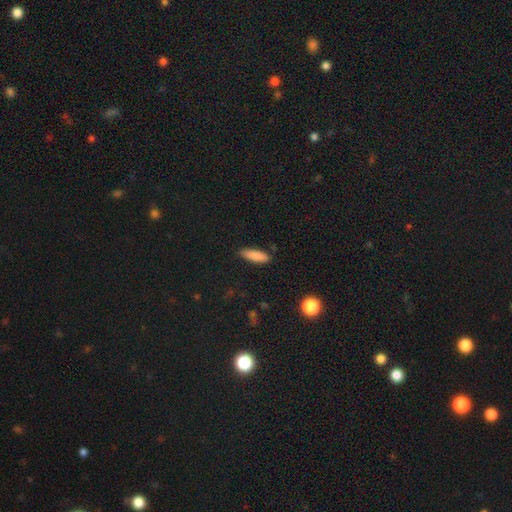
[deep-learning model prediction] smooth-or-featured: smooth: 84% | featured or disk: 9% | star or artifact: 7%
  how-rounded: cigar-shaped: 57% | in between: 41% | round: 2%
  merging: none: 85% | minor disturbance: 11% | major disturbance: 2% | merger: 1%